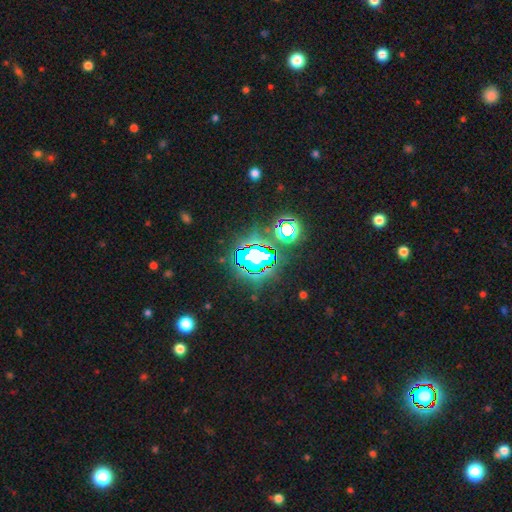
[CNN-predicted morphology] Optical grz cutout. It shows a star or artifact, not a galaxy (72%).